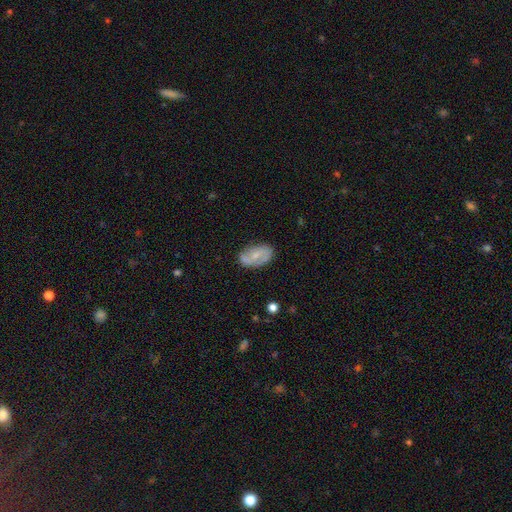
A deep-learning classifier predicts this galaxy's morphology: type=featured or disk (58%); edge-on=no (95%); bar=no (47%); spiral arms=yes (79%); bulge=small (60%); merging=none (73%).